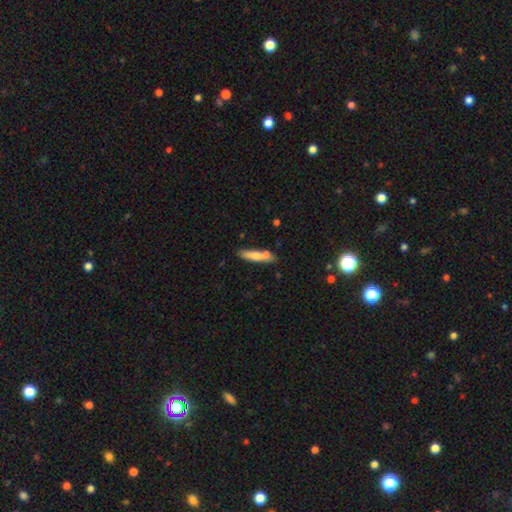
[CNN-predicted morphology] This appears to be a smooth galaxy with no disk features (64%) that is cigar-shaped (80%). Merging: none (64%).